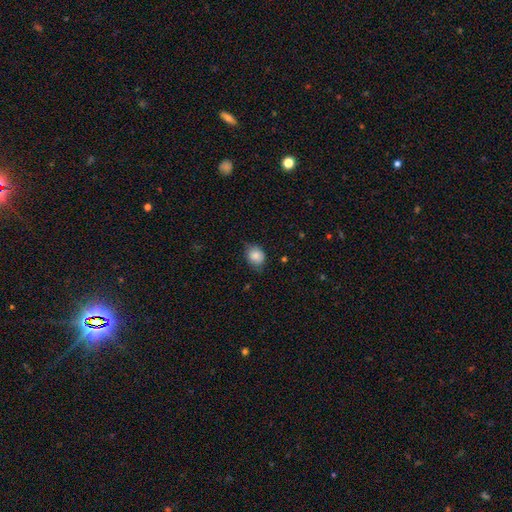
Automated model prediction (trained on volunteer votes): smooth_or_featured: smooth (p=0.83) [alt: featured or disk p=0.09]
how_rounded: round (p=0.54) [alt: in between p=0.45]
merging: none (p=0.65) [alt: minor disturbance p=0.28]